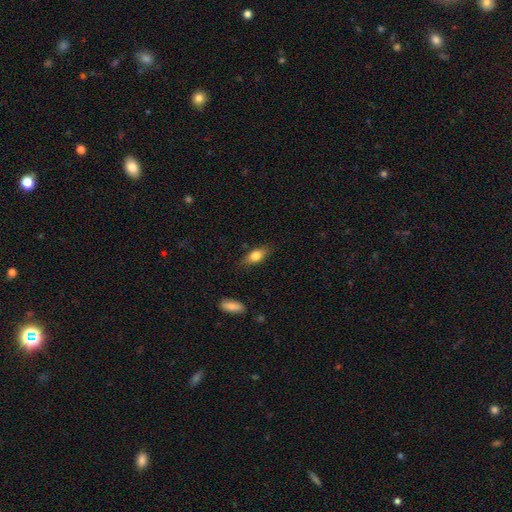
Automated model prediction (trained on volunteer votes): Morphology: type=smooth (74%); roundness=in between (77%); merging=none (81%).